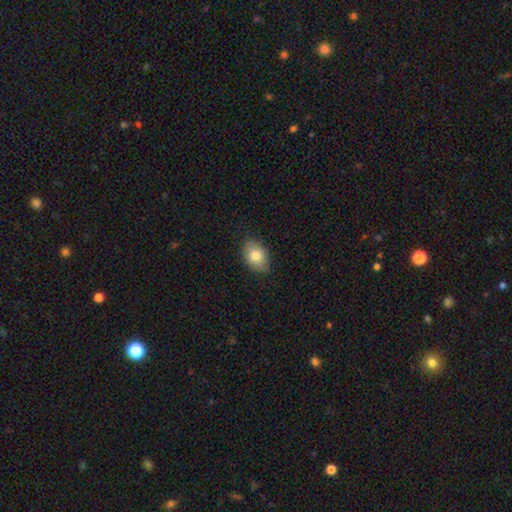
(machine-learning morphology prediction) The model was most divided on "smooth or featured": smooth: 79%, featured or disk: 14%, star or artifact: 8%. More confident: merging — none (84%); how rounded — in between (83%).